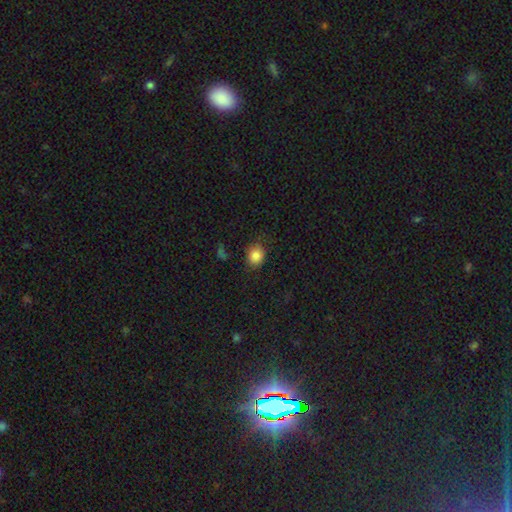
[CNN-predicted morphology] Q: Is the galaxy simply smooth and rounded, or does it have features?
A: smooth — 82%.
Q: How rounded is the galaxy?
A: round — 68%.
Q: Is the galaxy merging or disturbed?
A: none — 79%.